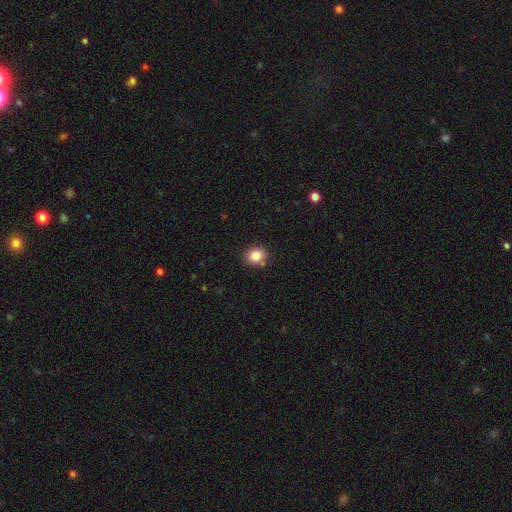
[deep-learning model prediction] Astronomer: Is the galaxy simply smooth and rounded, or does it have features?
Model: smooth — 84%.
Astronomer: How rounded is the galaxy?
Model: round — 69%.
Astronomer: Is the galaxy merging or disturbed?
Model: none — 83%.